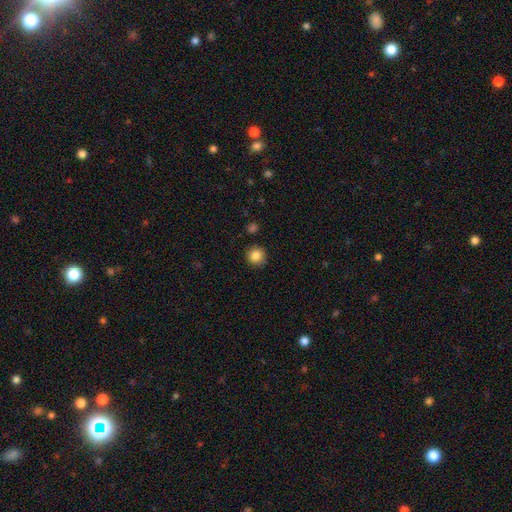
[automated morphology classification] This is clearly a smooth galaxy (85%). How rounded: clearly round (92%). Merging: clearly none (89%).